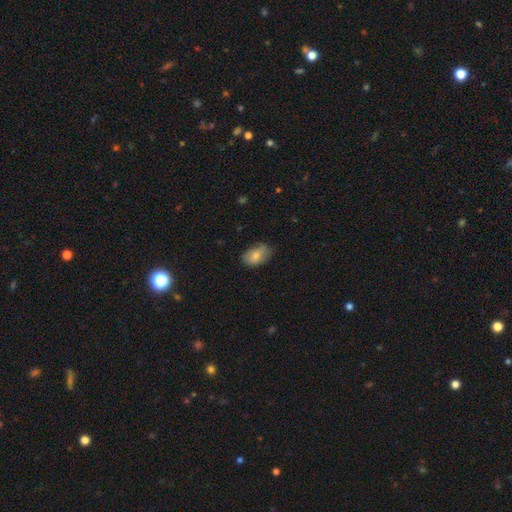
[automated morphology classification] smooth_or_featured: smooth (p=0.79) [alt: featured or disk p=0.14]
how_rounded: in between (p=0.89) [alt: round p=0.10]
merging: none (p=0.64) [alt: minor disturbance p=0.29]